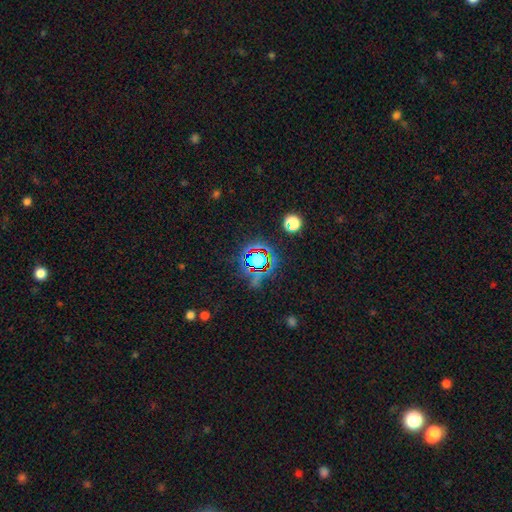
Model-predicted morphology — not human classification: Smooth or featured? star or artifact (78%)